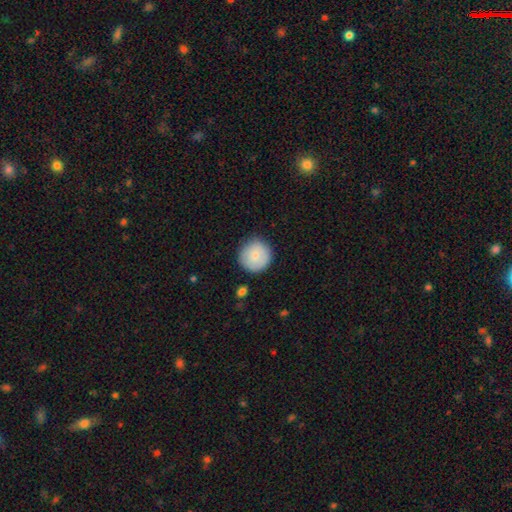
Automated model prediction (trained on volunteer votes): A smooth galaxy with no disk features (81%) that is round (95%). Merging: none (84%).